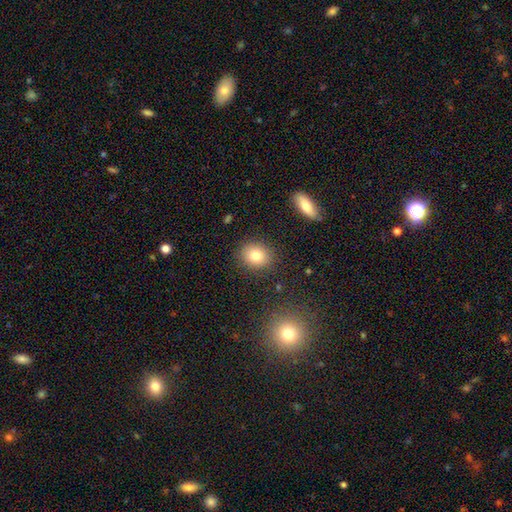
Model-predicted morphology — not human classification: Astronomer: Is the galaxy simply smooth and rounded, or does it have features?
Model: smooth — 79%.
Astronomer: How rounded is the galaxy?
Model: round — 67%.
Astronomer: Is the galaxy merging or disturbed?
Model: none — 87%.